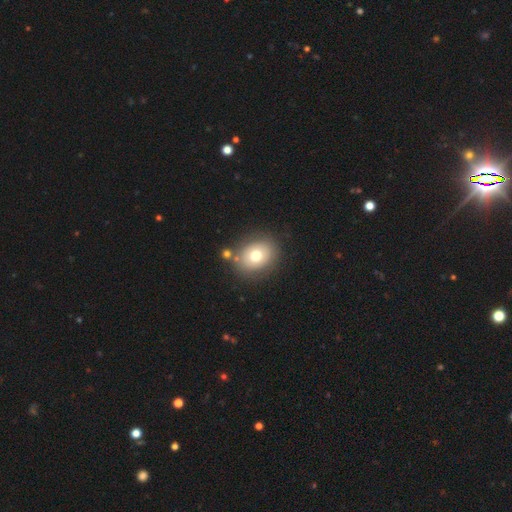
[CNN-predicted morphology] Q: Smooth or featured?
A: smooth (70%); runner-up: featured or disk (20%)
Q: How rounded?
A: round (51%); runner-up: in between (48%)
Q: Merging?
A: none (77%); runner-up: minor disturbance (11%)